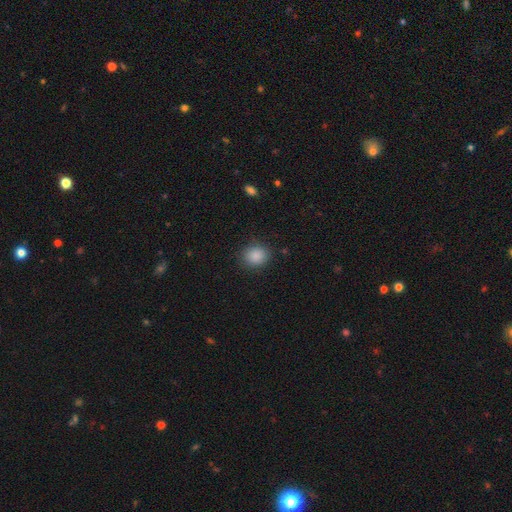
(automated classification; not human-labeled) smooth-or-featured: smooth: 87% | star or artifact: 9% | featured or disk: 4%
  how-rounded: round: 67% | in between: 32% | cigar-shaped: 1%
  merging: none: 86% | minor disturbance: 10% | major disturbance: 3% | merger: 1%